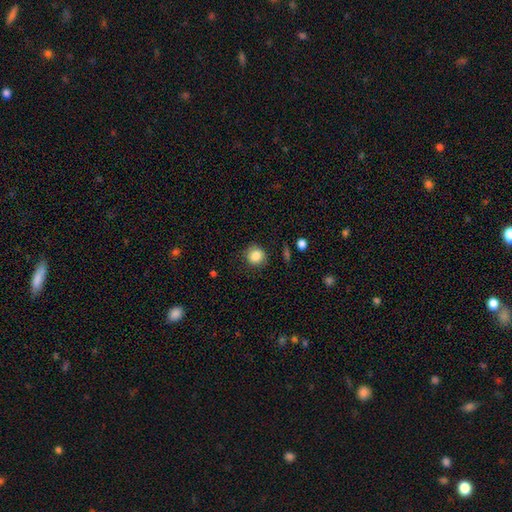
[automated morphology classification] This appears to be a smooth galaxy with no disk features (85%) that is round (88%). Merging: none (86%).